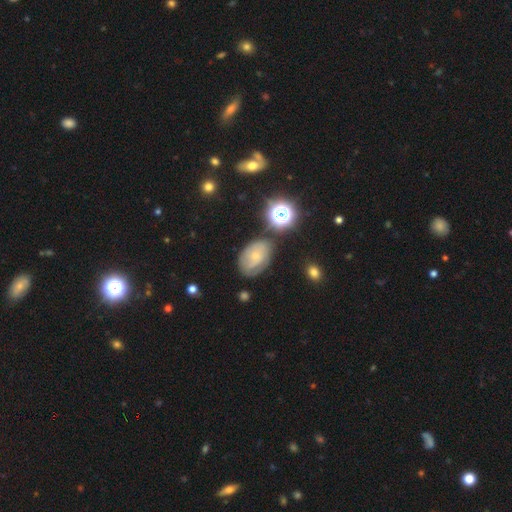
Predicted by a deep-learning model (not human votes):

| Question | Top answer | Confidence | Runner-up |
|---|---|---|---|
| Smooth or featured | featured or disk | 45% | smooth (41%) |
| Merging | none | 65% | minor disturbance (23%) |